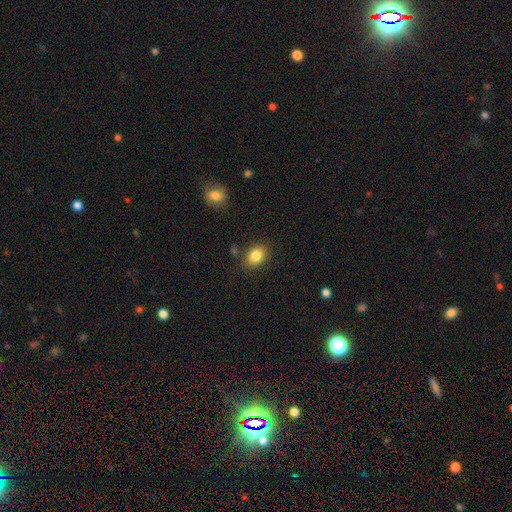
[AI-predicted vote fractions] Smooth or featured: smooth — 84% (star or artifact — 9%)
How rounded: in between — 62% (round — 37%)
Merging: none — 80% (minor disturbance — 12%)